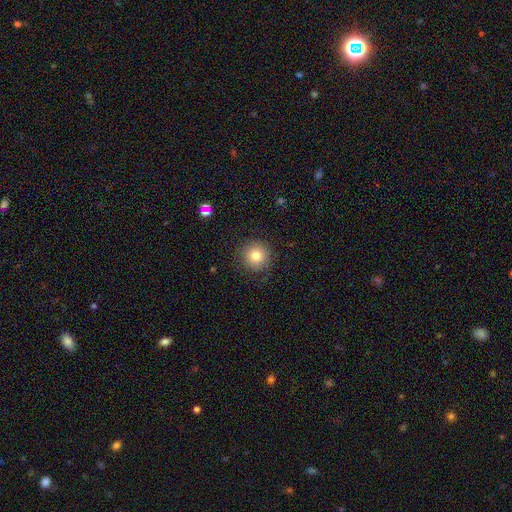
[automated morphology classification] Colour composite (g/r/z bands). It shows a smooth galaxy with no disk features (79%) that is round (95%). Merging: none (89%).